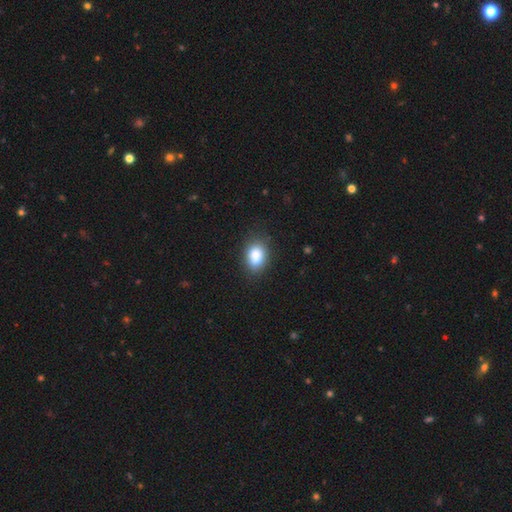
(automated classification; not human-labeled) A smooth galaxy with no disk features (84%) that is in between round and cigar-shaped (78%). Merging: none (83%).